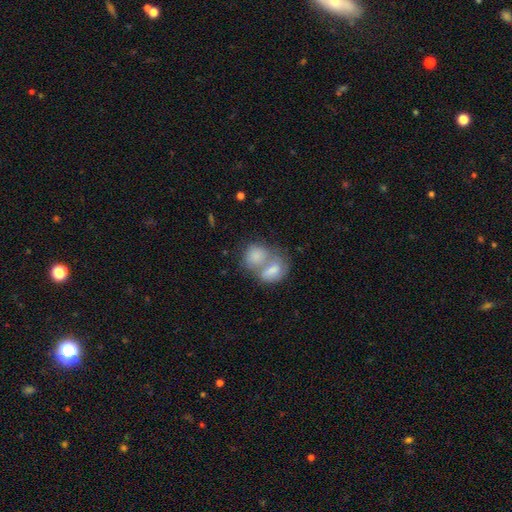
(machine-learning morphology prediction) The model was most divided on "how rounded": in between: 54%, round: 44%, cigar-shaped: 2%. More confident: smooth or featured — smooth (75%); merging — merger (72%).